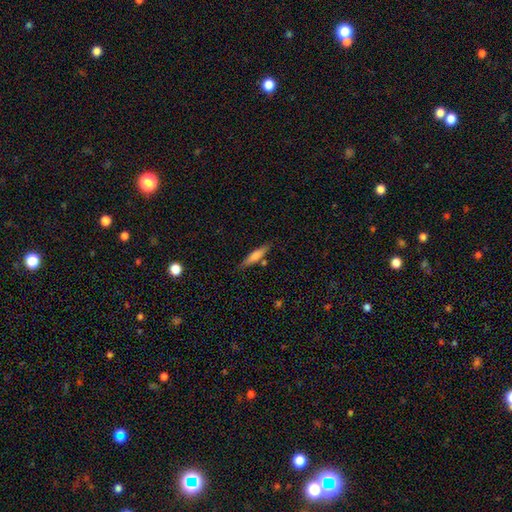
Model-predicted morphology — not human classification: A smooth galaxy with no disk features (69%) that is cigar-shaped (82%). Merging: none (79%).